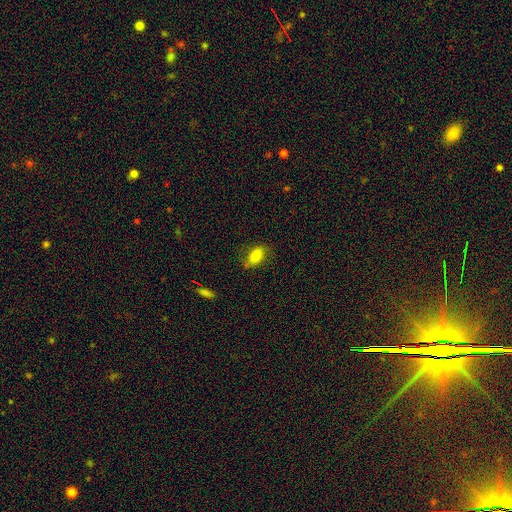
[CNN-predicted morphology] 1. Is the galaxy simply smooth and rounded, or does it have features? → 75% smooth, 16% featured or disk, 9% star or artifact.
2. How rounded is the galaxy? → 88% in between, 10% round, 3% cigar-shaped.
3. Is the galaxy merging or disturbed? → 70% none, 21% minor disturbance, 7% major disturbance, 2% merger.